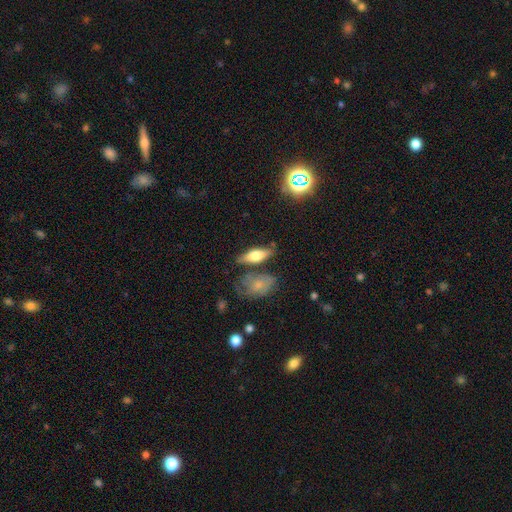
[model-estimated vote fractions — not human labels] The model was most divided on "smooth or featured": smooth: 61%, featured or disk: 32%, star or artifact: 8%. More confident: merging — none (66%); how rounded — in between (62%).